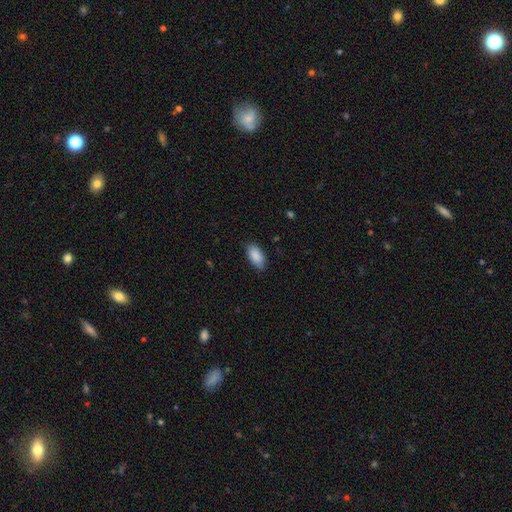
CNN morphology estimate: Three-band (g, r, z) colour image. It shows a smooth galaxy with no disk features (89%) that is in between round and cigar-shaped (93%). Merging: none (84%).